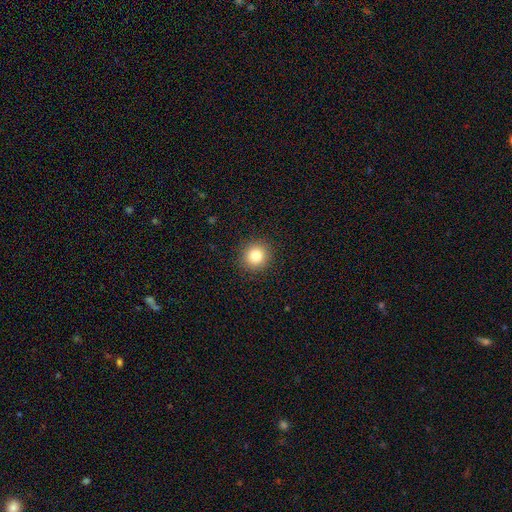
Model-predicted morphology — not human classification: smooth_or_featured: smooth (p=0.82) [alt: star or artifact p=0.11]
how_rounded: round (p=0.93) [alt: in between p=0.07]
merging: none (p=0.92) [alt: minor disturbance p=0.05]